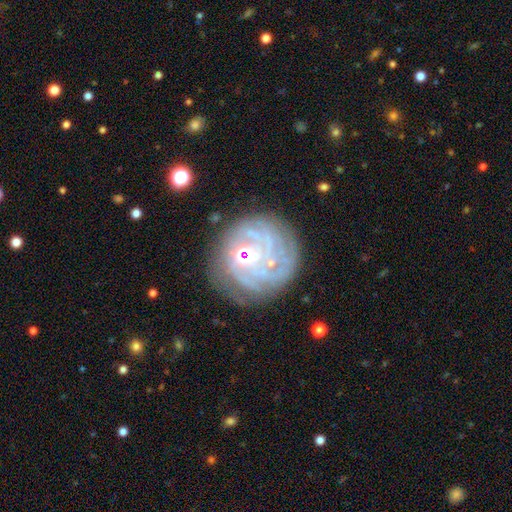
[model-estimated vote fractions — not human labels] Smooth or featured? Predicted: featured or disk (p=0.70). Edge-on disk? Predicted: no (p=0.97). Bar? Predicted: no (p=0.56). Spiral arms? Predicted: yes (p=0.86). Spiral winding? Predicted: tight (p=0.75). Spiral arm count? Predicted: can't tell (p=0.43). Bulge size? Predicted: moderate (p=0.47). Merging? Predicted: none (p=0.75).